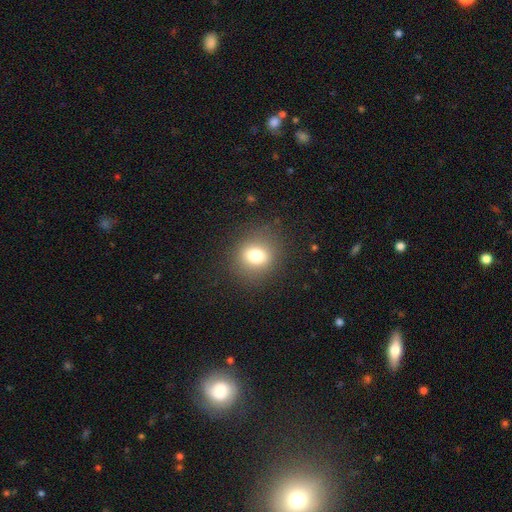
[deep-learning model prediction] smooth_or_featured: smooth (p=0.76) [alt: star or artifact p=0.14]
how_rounded: round (p=0.75) [alt: in between p=0.24]
merging: none (p=0.86) [alt: minor disturbance p=0.08]